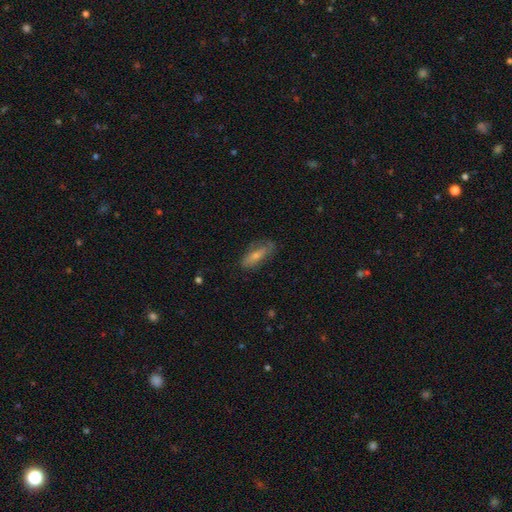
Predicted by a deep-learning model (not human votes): The model was most divided on "smooth or featured": smooth: 49%, featured or disk: 40%, star or artifact: 11%. More confident: merging — none (75%).